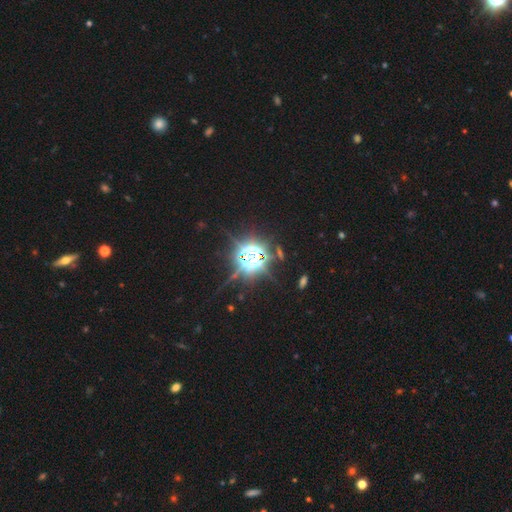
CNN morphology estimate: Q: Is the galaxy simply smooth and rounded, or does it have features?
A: star or artifact — 79%.